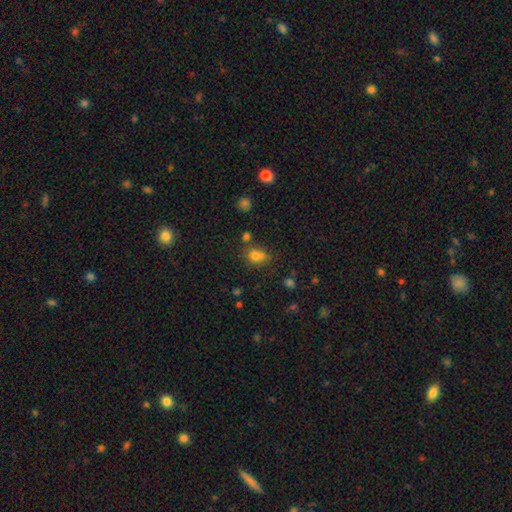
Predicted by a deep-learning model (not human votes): Smooth or featured? smooth (72%)
How rounded? round (66%)
Merging? none (52%)